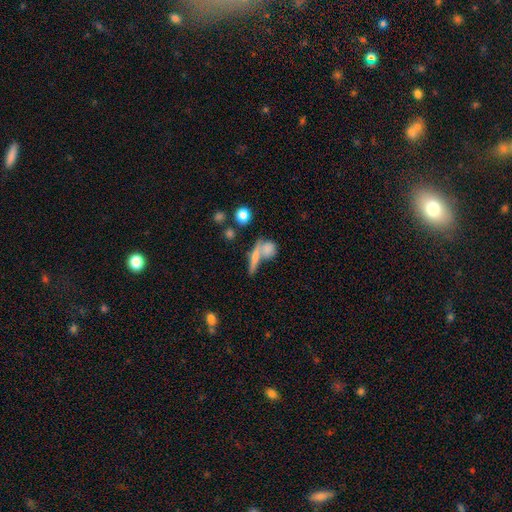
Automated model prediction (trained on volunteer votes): A smooth galaxy with no disk features (60%) that is cigar-shaped (47%). Merging: none (45%).